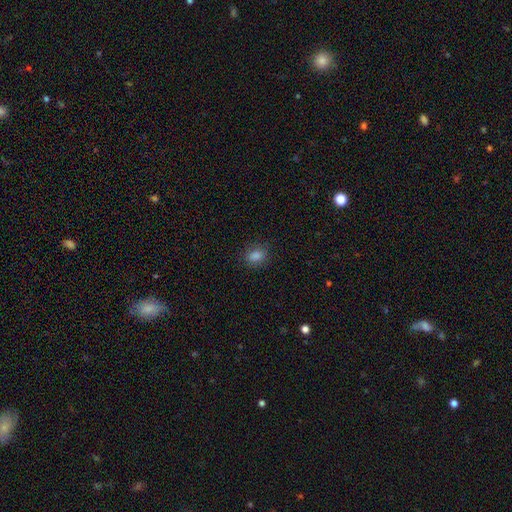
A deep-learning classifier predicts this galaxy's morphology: A smooth galaxy with no disk features (82%) that is in between round and cigar-shaped (64%). Merging: none (86%).